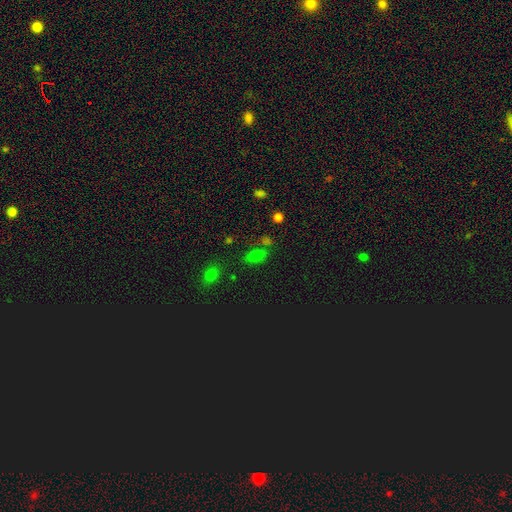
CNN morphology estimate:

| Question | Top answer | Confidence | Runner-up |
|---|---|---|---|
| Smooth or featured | smooth | 67% | star or artifact (24%) |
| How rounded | in between | 81% | round (14%) |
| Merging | none | 69% | minor disturbance (14%) |